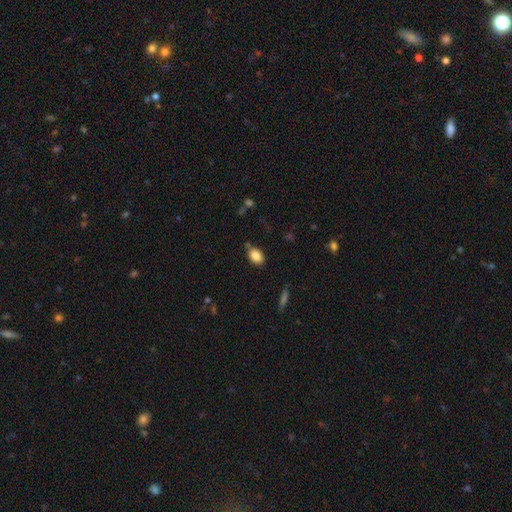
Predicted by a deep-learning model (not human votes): Smooth or featured?
  - smooth: 86% *
  - star or artifact: 8%
  - featured or disk: 6%
How rounded?
  - in between: 83% *
  - round: 16%
  - cigar-shaped: 1%
Merging?
  - none: 79% *
  - minor disturbance: 13%
  - merger: 5%
  - major disturbance: 3%